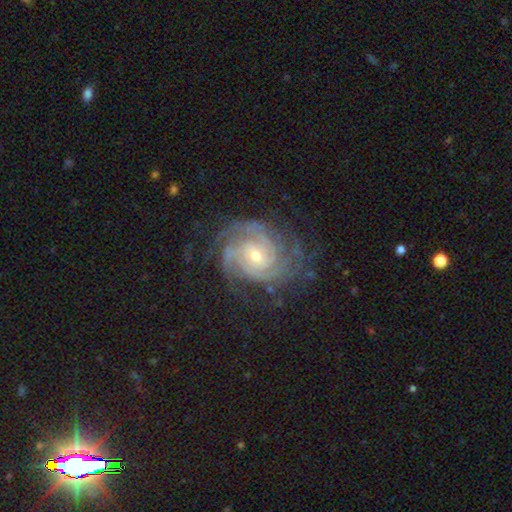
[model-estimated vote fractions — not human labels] Overall: featured or disk (90%). Edge-on disk: no (97%). Bar: no (64%; weak 29%). Spiral arms: yes (98%). Spiral arm count: 4 (25%; 3 23%). Spiral winding: tight (72%). Bulge size: small (58%; moderate 39%). Merging: none (73%).